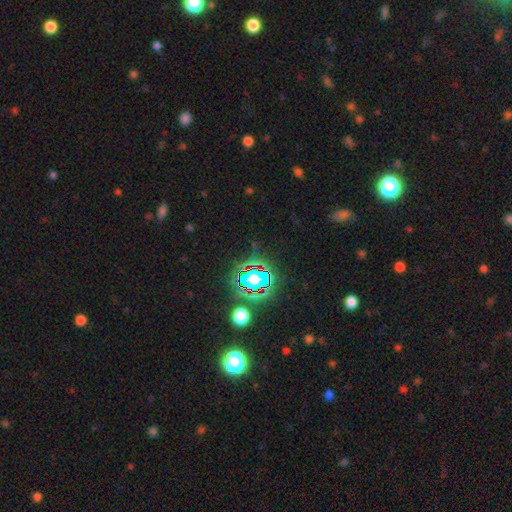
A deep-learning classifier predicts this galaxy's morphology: type=star or artifact (75%).